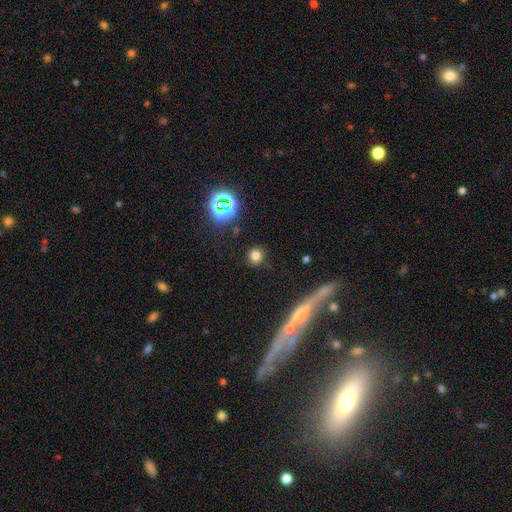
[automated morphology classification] Smooth or featured: smooth — 76% (star or artifact — 17%)
How rounded: round — 90% (in between — 8%)
Merging: none — 88% (minor disturbance — 7%)